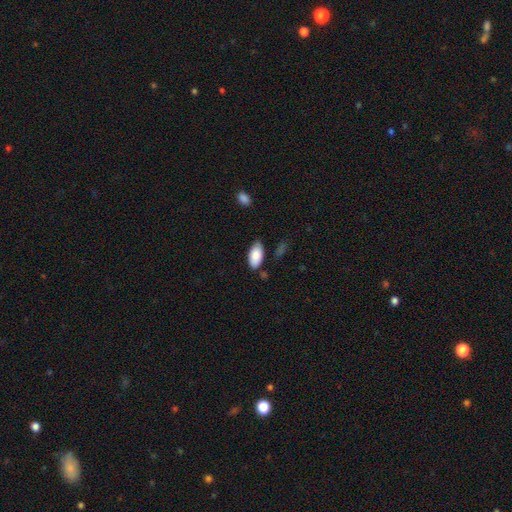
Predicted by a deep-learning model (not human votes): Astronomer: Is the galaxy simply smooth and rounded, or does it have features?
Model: smooth — 87%.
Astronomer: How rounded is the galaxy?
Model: in between — 93%.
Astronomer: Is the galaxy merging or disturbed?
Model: none — 72%.